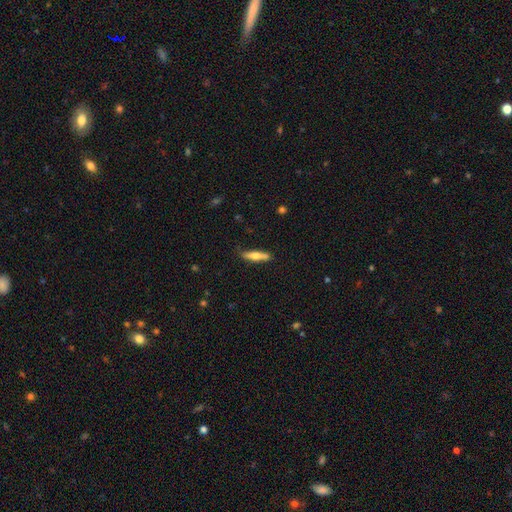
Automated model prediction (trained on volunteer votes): smooth 55%, featured or disk 39%, star or artifact 6%. Down the decision tree: how rounded — cigar-shaped (78%); merging — none (74%).